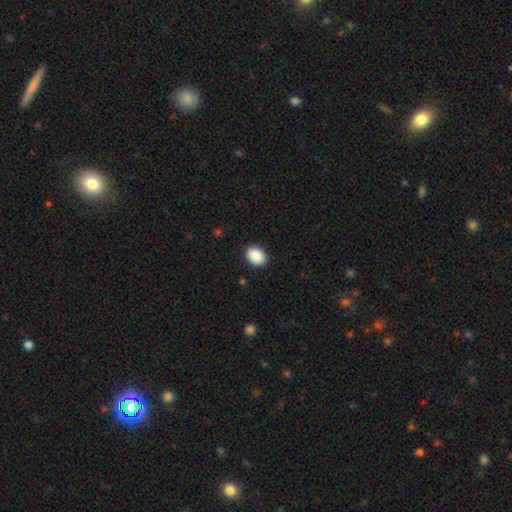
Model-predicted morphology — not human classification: smooth 90%, star or artifact 7%, featured or disk 3%. Down the decision tree: how rounded — in between (63%); merging — none (90%).